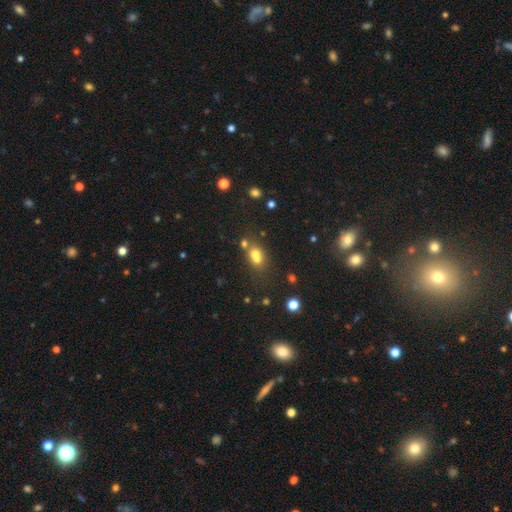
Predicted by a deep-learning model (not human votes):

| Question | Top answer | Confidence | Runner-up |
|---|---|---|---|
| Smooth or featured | smooth | 65% | star or artifact (18%) |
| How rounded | in between | 50% | round (47%) |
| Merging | merger | 52% | none (34%) |